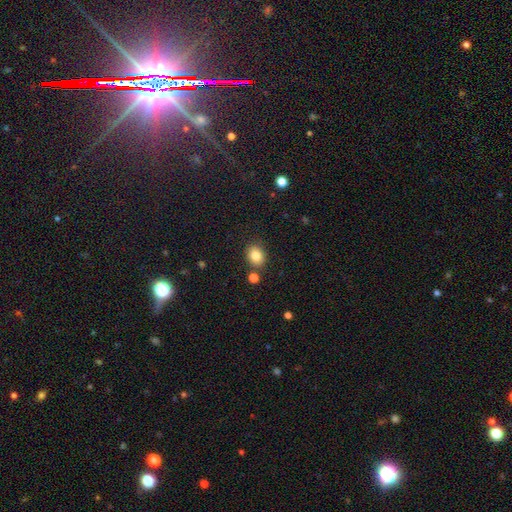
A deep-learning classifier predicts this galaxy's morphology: type=smooth (83%); roundness=round (55%); merging=none (81%).